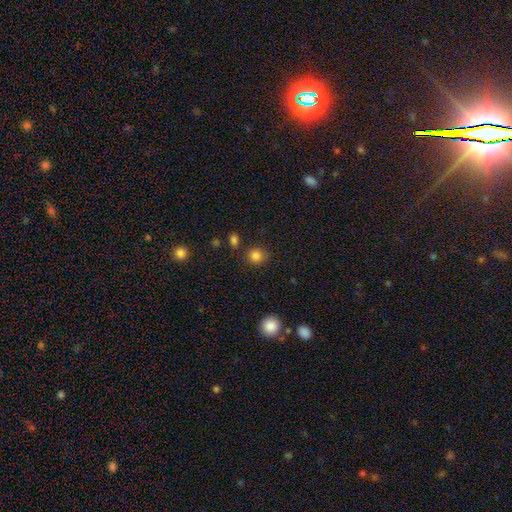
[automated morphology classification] A smooth galaxy with no disk features (83%) that is round (89%). Merging: none (80%).